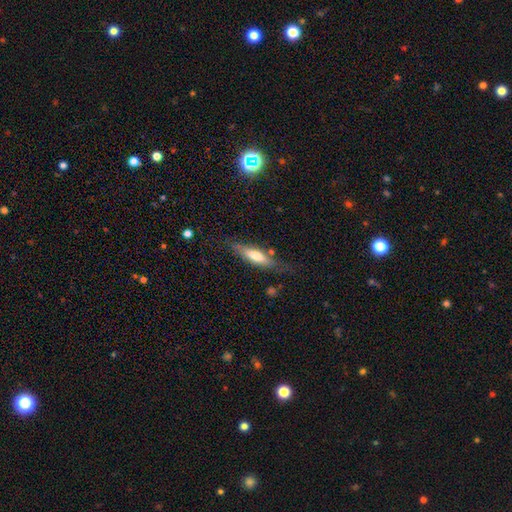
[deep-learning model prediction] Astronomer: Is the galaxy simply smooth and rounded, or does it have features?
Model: smooth — 59% (runner-up: featured or disk, 35%).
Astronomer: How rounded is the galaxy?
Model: cigar-shaped — 64%.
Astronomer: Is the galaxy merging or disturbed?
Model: none — 72%.